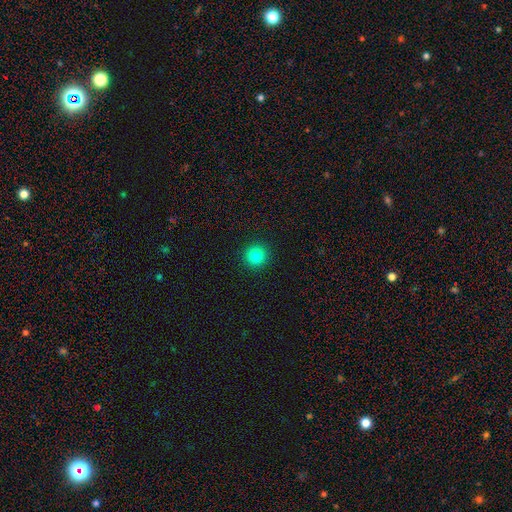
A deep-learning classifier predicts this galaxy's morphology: smooth 84%, star or artifact 12%, featured or disk 4%. Down the decision tree: how rounded — round (95%); merging — none (93%).